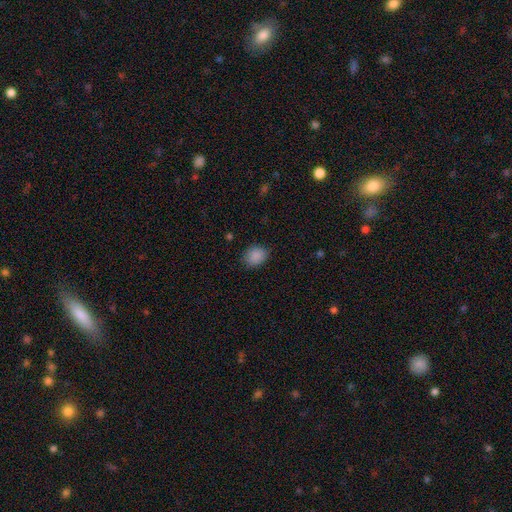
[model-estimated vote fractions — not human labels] Morphology: type=smooth (88%); roundness=round (54%); merging=none (84%).